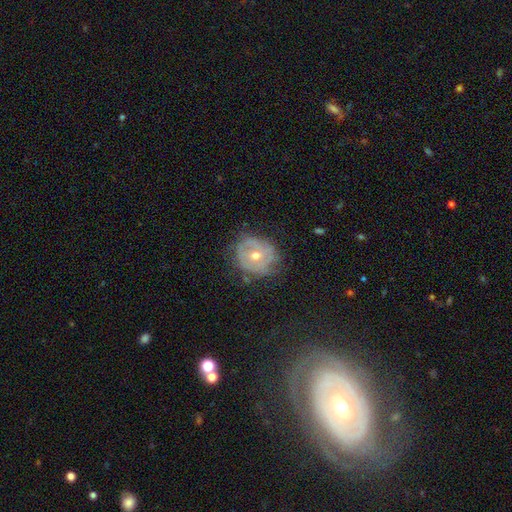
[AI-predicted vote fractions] Morphology: type=featured or disk (66%); edge-on=no (96%); bar=no (70%); spiral arms=yes (64%); bulge=moderate (61%); merging=none (63%).